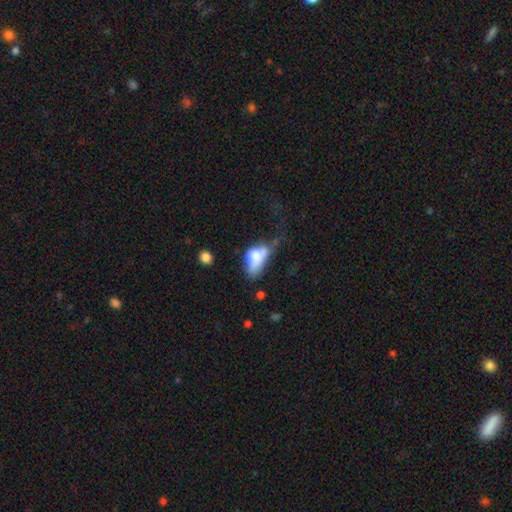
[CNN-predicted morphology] This appears to be a smooth galaxy with no disk features (67%) that is in between round and cigar-shaped (84%). Merging: major disturbance (35%).